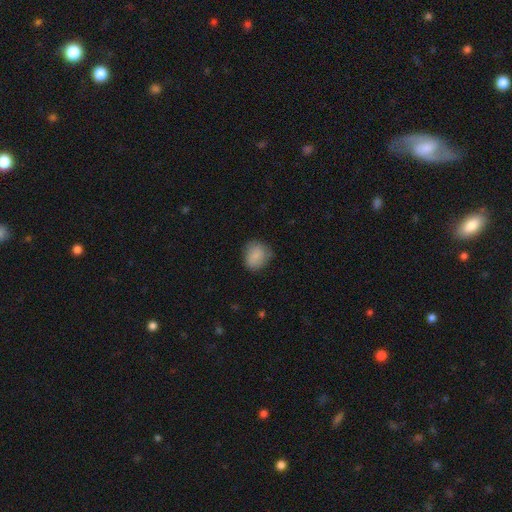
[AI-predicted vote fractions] Q: Smooth or featured?
A: smooth (84%); runner-up: featured or disk (8%)
Q: How rounded?
A: round (69%); runner-up: in between (30%)
Q: Merging?
A: none (69%); runner-up: minor disturbance (24%)